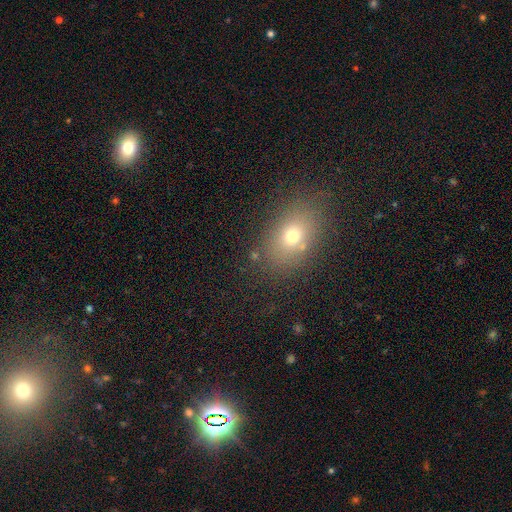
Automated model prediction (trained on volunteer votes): smooth-or-featured: smooth: 68% | star or artifact: 17% | featured or disk: 14%
  how-rounded: in between: 71% | round: 27% | cigar-shaped: 2%
  merging: none: 78% | minor disturbance: 12% | merger: 6% | major disturbance: 5%